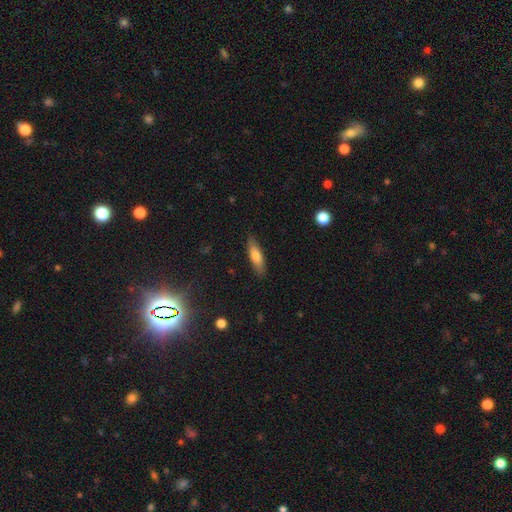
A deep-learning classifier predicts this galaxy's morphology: A smooth galaxy with no disk features (72%) that is cigar-shaped (60%).

Vote fractions:
- Smooth or featured? smooth: 72% / featured or disk: 22% / star or artifact: 6%
- How rounded? cigar-shaped: 60% / in between: 38% / round: 2%
- Merging? none: 86% / minor disturbance: 11% / major disturbance: 2% / merger: 1%